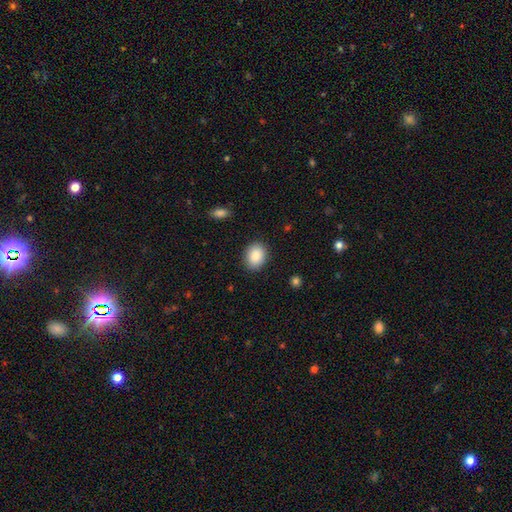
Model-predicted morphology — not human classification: smooth-or-featured: smooth: 88% | star or artifact: 7% | featured or disk: 4%
  how-rounded: in between: 59% | round: 40% | cigar-shaped: 1%
  merging: none: 88% | minor disturbance: 9% | major disturbance: 2% | merger: 1%